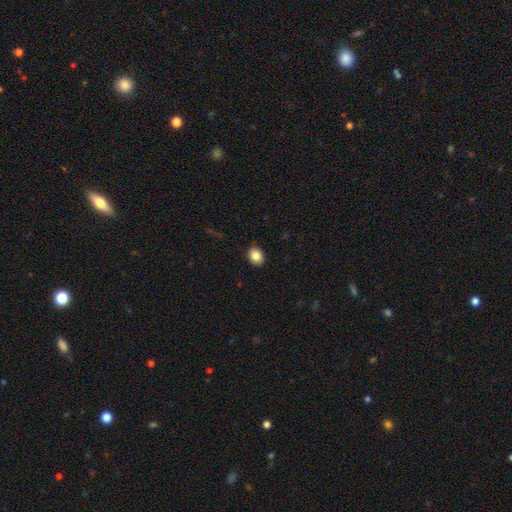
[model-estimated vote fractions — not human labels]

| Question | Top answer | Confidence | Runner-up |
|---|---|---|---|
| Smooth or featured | smooth | 86% | star or artifact (9%) |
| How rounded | in between | 61% | round (38%) |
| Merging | none | 90% | minor disturbance (7%) |